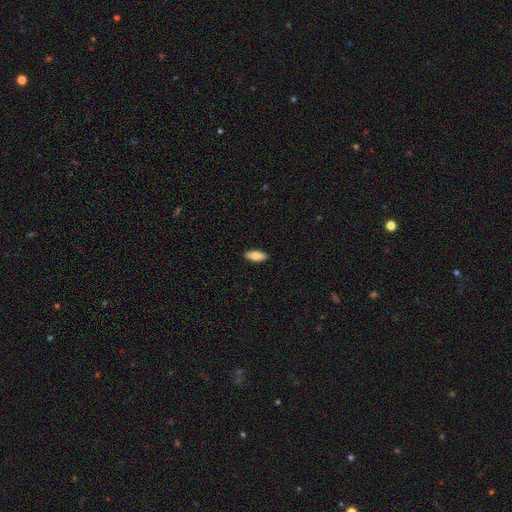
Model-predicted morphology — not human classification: A smooth galaxy with no disk features (78%) that is in between round and cigar-shaped (77%). Merging: none (90%).